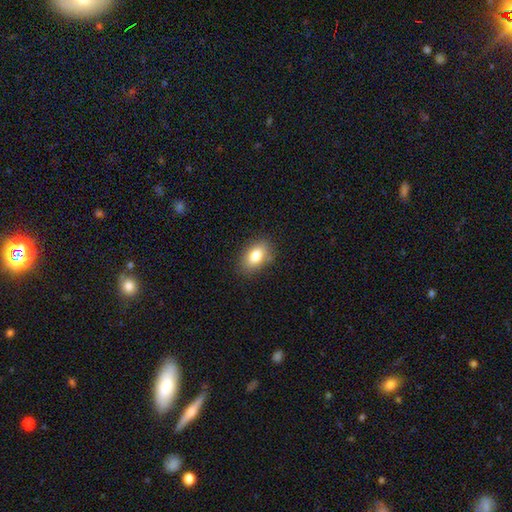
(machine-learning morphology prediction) smooth 81%, featured or disk 11%, star or artifact 8%. Down the decision tree: how rounded — in between (88%); merging — none (84%).